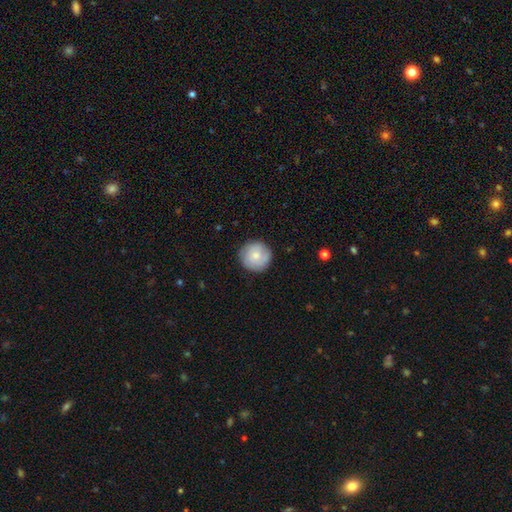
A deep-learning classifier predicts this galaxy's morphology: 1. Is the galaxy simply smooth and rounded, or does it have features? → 75% smooth, 18% featured or disk, 6% star or artifact.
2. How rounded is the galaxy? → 95% round, 4% in between, 1% cigar-shaped.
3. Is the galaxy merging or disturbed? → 87% none, 10% minor disturbance, 2% major disturbance, 1% merger.